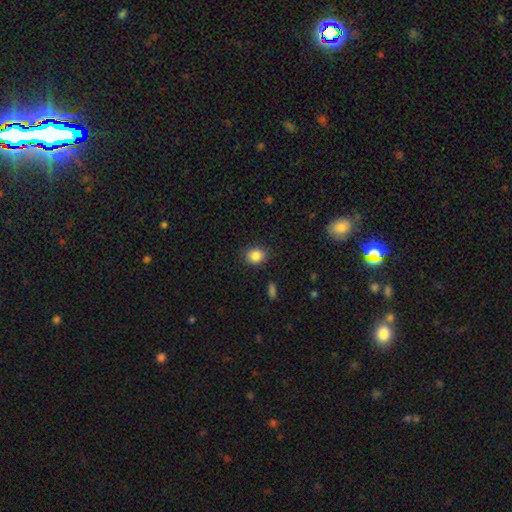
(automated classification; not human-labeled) smooth-or-featured: smooth: 85% | star or artifact: 10% | featured or disk: 5%
  how-rounded: round: 57% | in between: 42% | cigar-shaped: 1%
  merging: none: 85% | minor disturbance: 11% | major disturbance: 3% | merger: 1%